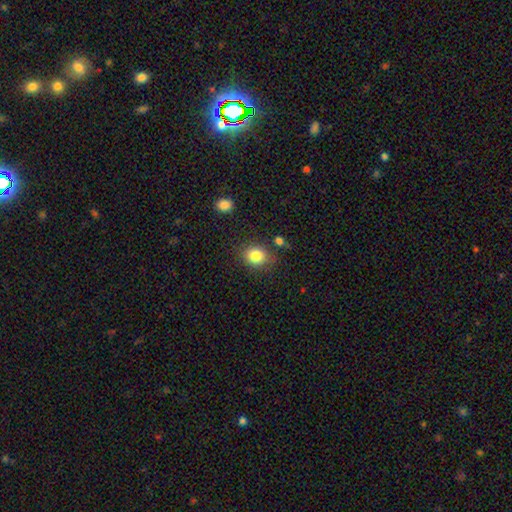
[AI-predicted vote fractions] Morphology: type=smooth (85%); roundness=round (61%); merging=none (77%).